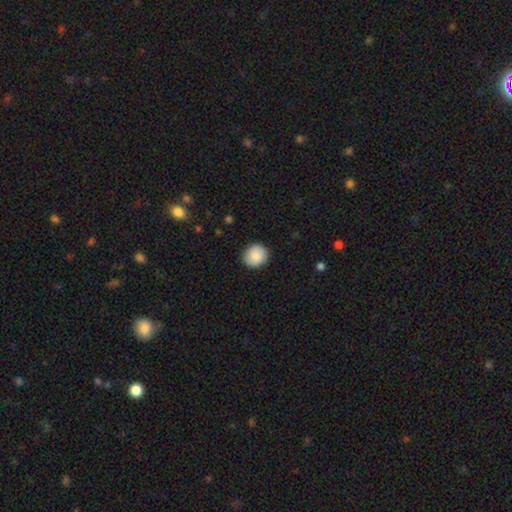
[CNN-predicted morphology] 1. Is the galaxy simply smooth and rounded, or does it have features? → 86% smooth, 7% star or artifact, 6% featured or disk.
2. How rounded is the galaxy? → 82% round, 17% in between, 1% cigar-shaped.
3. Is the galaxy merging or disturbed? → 89% none, 8% minor disturbance, 2% major disturbance, 1% merger.